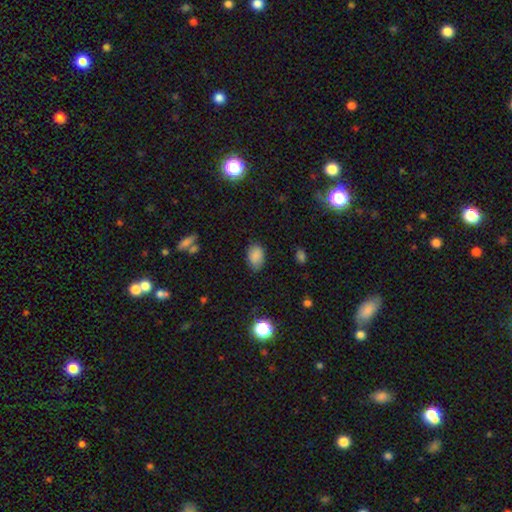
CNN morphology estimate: Q: Smooth or featured?
A: smooth (85%); runner-up: star or artifact (10%)
Q: How rounded?
A: in between (88%); runner-up: round (11%)
Q: Merging?
A: none (77%); runner-up: minor disturbance (18%)